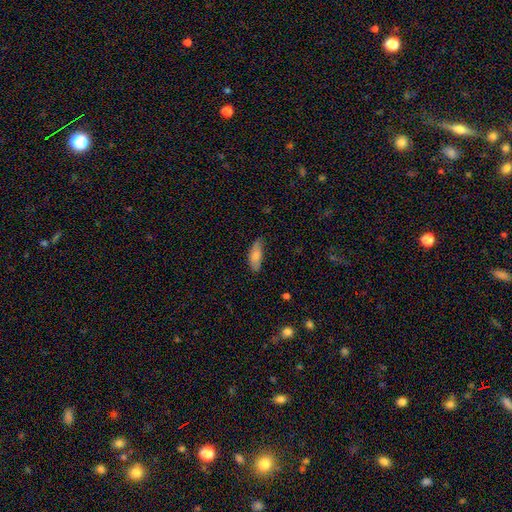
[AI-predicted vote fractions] The model was most divided on "merging": none: 65%, minor disturbance: 28%, major disturbance: 5%, merger: 2%. More confident: smooth or featured — smooth (79%); how rounded — in between (75%).